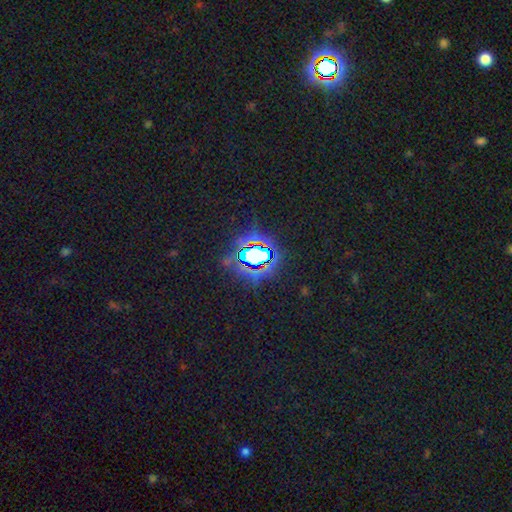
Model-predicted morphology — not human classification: smooth-or-featured: star or artifact: 73% | smooth: 17% | featured or disk: 10%